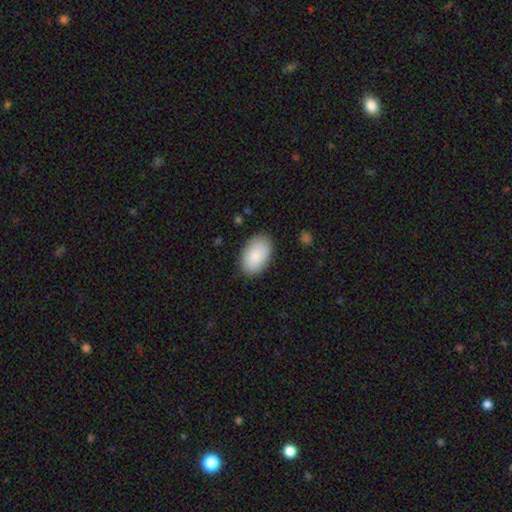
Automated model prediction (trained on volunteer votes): A smooth galaxy with no disk features (87%) that is in between round and cigar-shaped (93%). Merging: none (86%).